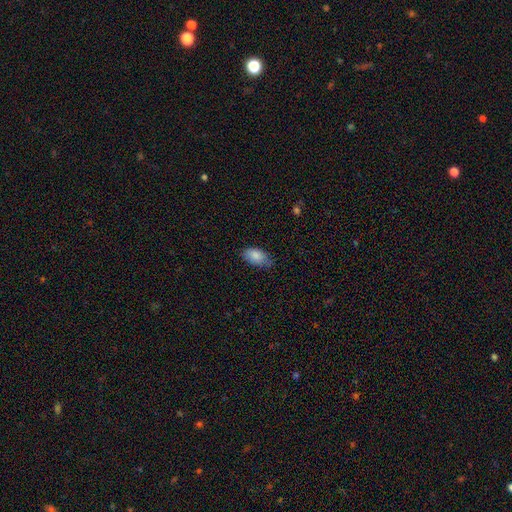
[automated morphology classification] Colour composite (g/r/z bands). It shows a smooth galaxy with no disk features (86%) that is in between round and cigar-shaped (93%). Merging: none (68%).